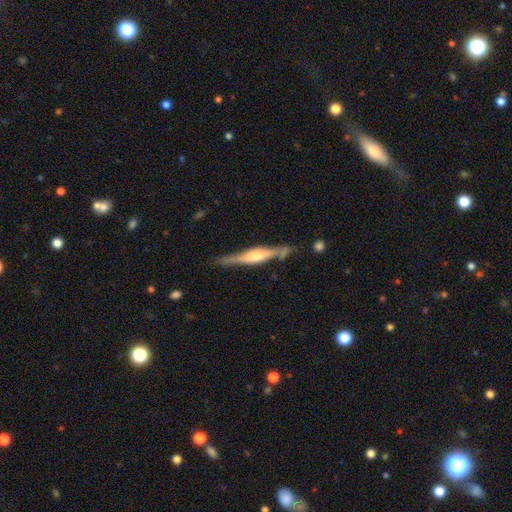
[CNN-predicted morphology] smooth-or-featured: featured or disk: 79% | smooth: 16% | star or artifact: 5%
  disk-edge-on: yes: 97% | no: 3%
    edge-on-bulge: rounded: 66% | boxy: 28% | none: 6%
  merging: none: 82% | minor disturbance: 12% | merger: 3% | major disturbance: 3%